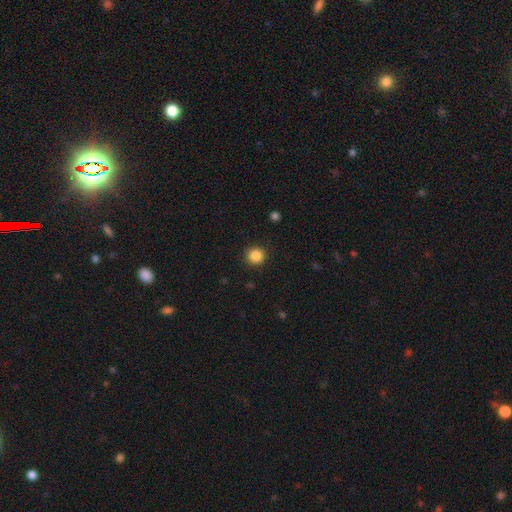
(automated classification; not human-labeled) This appears to be a smooth galaxy with no disk features (86%) that is round (93%). Merging: none (91%).